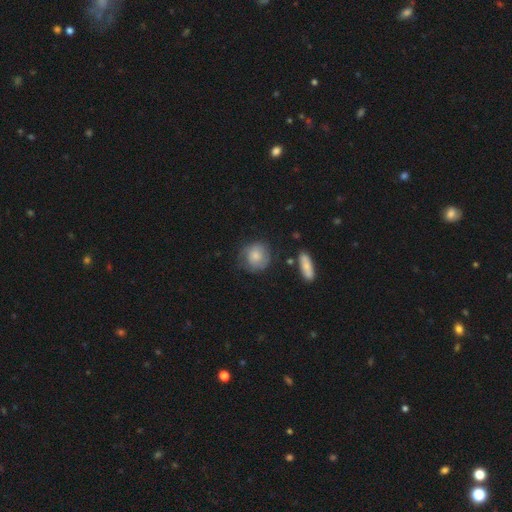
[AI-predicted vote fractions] Overall: smooth (63%; featured or disk 29%). How rounded: round (82%). Merging: none (63%; minor disturbance 24%).